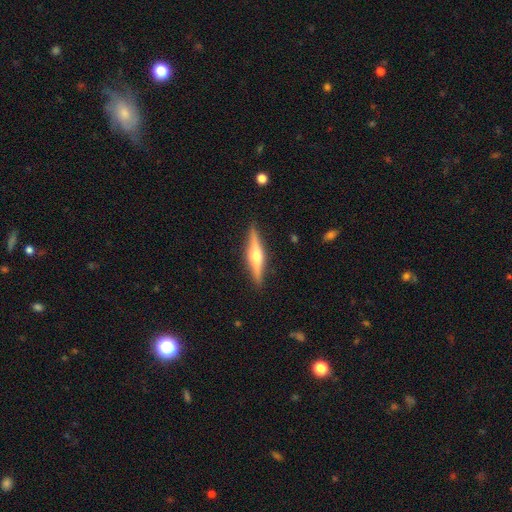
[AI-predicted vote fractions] The model was most divided on "smooth or featured": featured or disk: 69%, smooth: 25%, star or artifact: 6%. More confident: edge-on disk — yes (97%); edge-on bulge — rounded (92%); merging — none (90%).